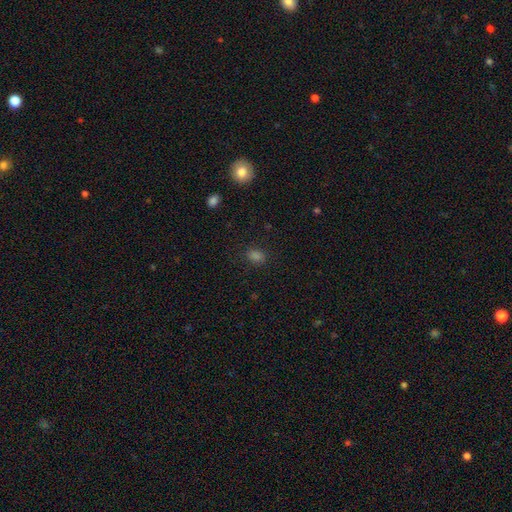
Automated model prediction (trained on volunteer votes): A smooth galaxy with no disk features (76%) that is in between round and cigar-shaped (56%). Merging: none (85%).